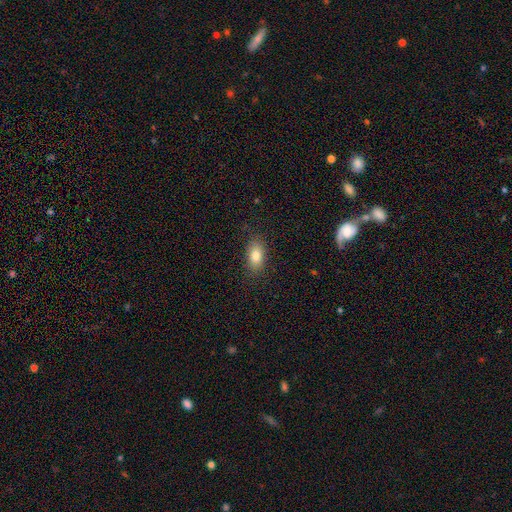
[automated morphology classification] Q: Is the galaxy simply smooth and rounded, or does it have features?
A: smooth — 81%.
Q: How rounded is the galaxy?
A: in between — 88%.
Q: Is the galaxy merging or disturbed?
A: none — 85%.